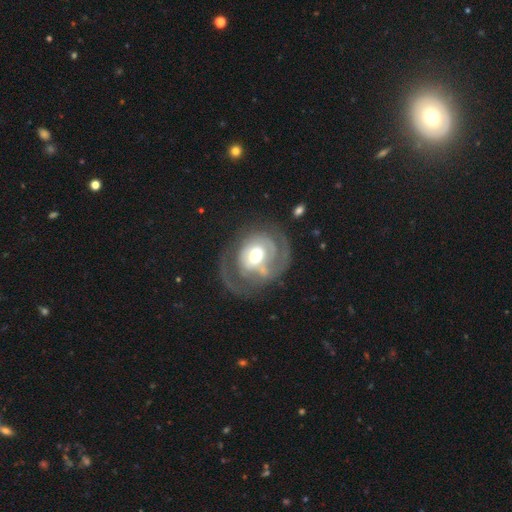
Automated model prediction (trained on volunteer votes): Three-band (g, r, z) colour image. It shows a featured or disk galaxy (75%) with no bar (63%), 2 (38%) tight (54%) spiral arms (78%) and a moderate central bulge (64%). Merging: none (50%).